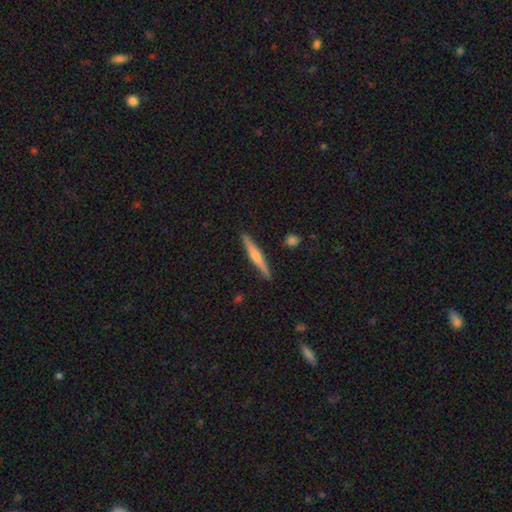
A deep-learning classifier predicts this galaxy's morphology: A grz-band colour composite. It shows a featured or disk galaxy (70%) viewed edge-on (98%) with a rounded central bulge (84%). Merging: none (92%).